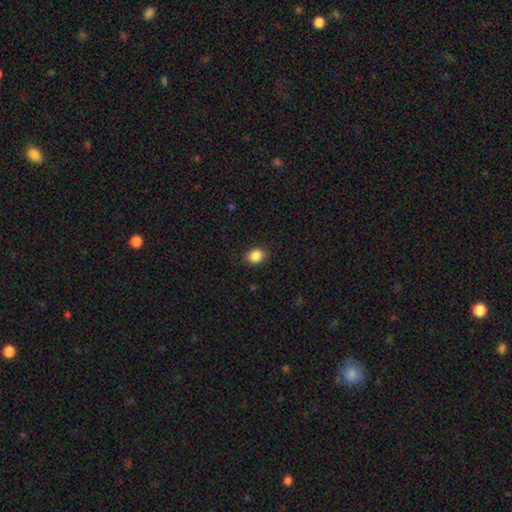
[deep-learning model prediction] Smooth or featured? Predicted: smooth (p=0.87). How rounded? Predicted: round (p=0.51). Merging? Predicted: none (p=0.88).